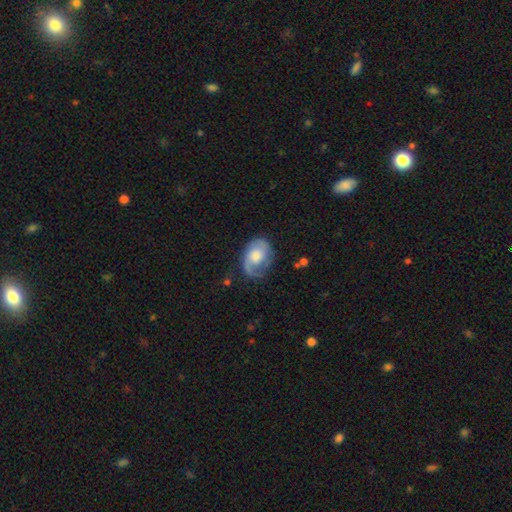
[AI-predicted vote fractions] The model was most divided on "spiral winding": medium: 45%, tight: 31%, loose: 24%. Remaining: edge-on disk — no (97%); spiral arms — yes (92%); smooth or featured — featured or disk (73%); spiral arm count — 2 (71%); bar — no (68%); merging — none (65%); bulge size — moderate (47%).